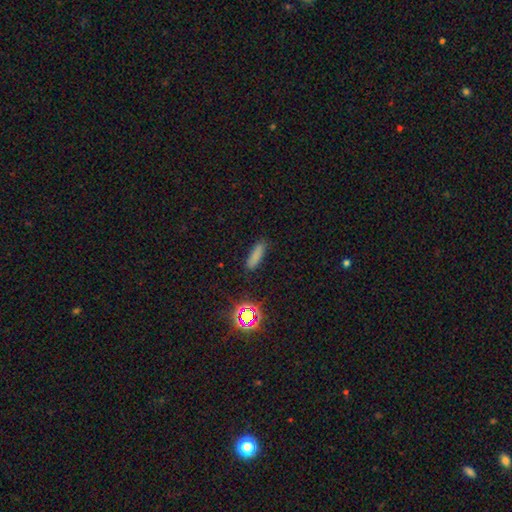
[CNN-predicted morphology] This appears to be a smooth galaxy with no disk features (77%) that is cigar-shaped (63%). Merging: none (85%).